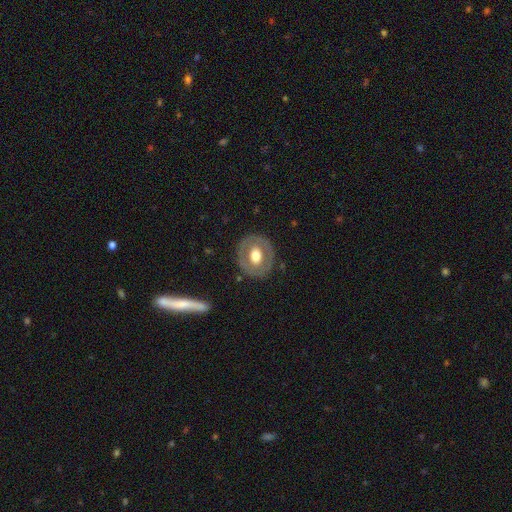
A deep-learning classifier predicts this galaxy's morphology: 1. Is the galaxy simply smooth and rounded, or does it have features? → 51% featured or disk, 44% smooth, 5% star or artifact.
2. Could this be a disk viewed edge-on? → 94% no, 6% yes.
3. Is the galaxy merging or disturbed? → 84% none, 10% minor disturbance, 4% major disturbance, 1% merger.